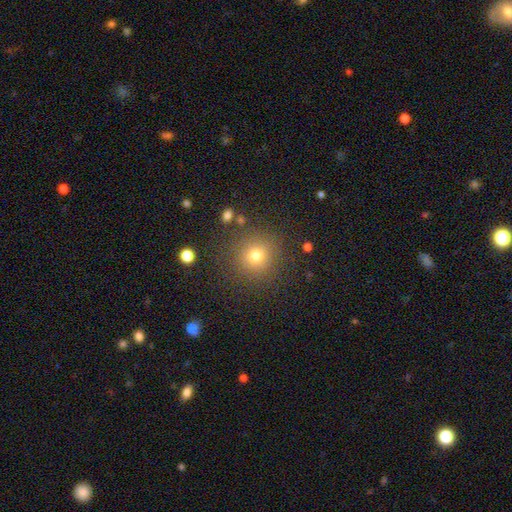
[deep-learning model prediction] Morphology: type=smooth (74%); roundness=round (93%); merging=none (86%).